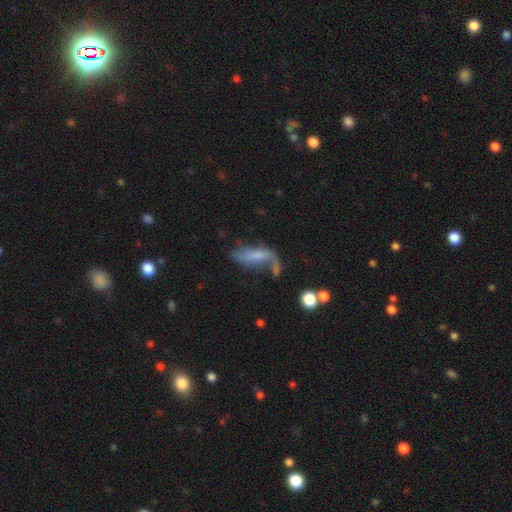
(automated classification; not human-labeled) This appears to be a featured or disk galaxy (51%). Merging: none (35%).